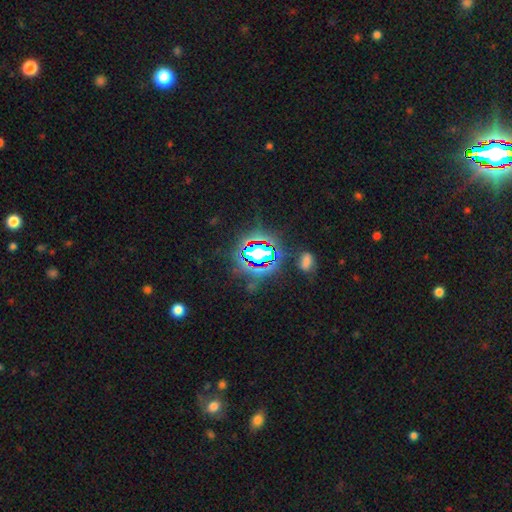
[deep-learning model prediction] smooth_or_featured: star or artifact (p=0.69) [alt: smooth p=0.18]